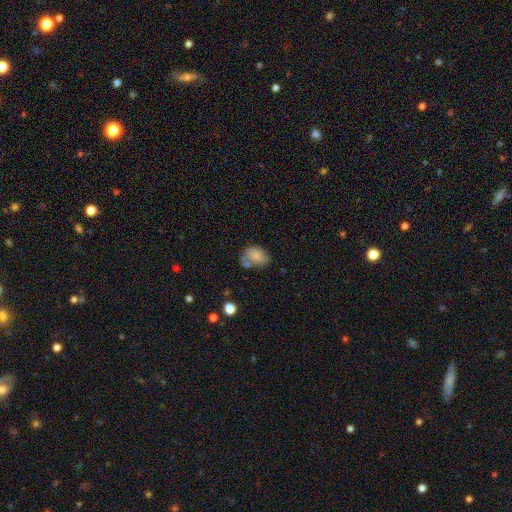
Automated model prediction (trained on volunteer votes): Overall: smooth (75%). How rounded: in between (69%; round 30%). Merging: none (39%; minor disturbance 27%).